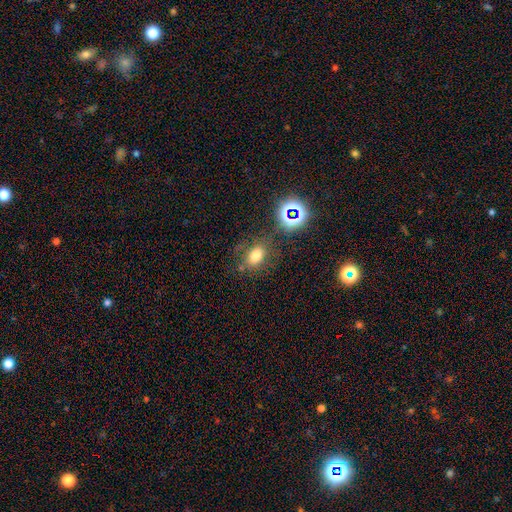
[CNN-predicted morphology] This appears to be a smooth galaxy with no disk features (69%) that is in between round and cigar-shaped (71%). Merging: none (68%).